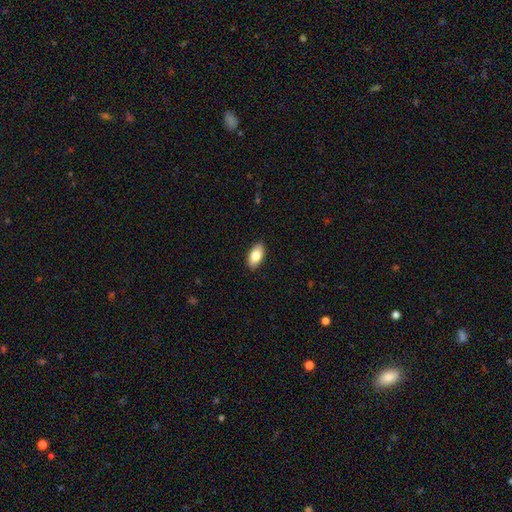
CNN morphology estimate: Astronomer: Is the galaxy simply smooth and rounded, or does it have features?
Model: smooth — 83%.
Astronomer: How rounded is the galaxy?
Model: in between — 93%.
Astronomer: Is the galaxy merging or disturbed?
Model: none — 90%.